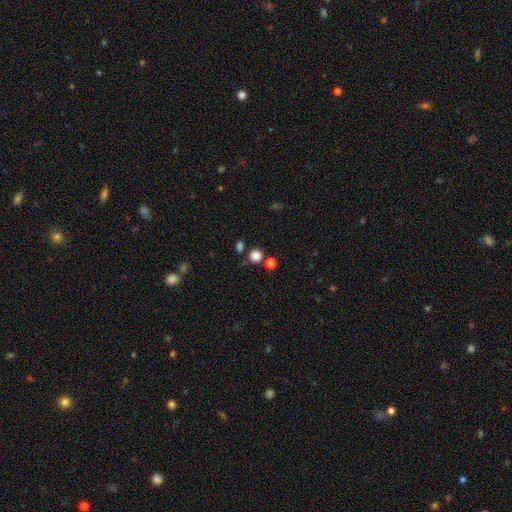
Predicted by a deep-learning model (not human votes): Smooth or featured? smooth (81%)
How rounded? round (88%)
Merging? none (75%)